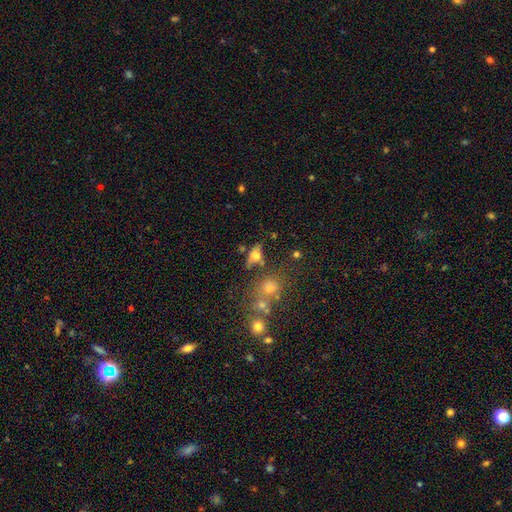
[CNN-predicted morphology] type=smooth (61%); roundness=in between (67%); merging=none (54%).